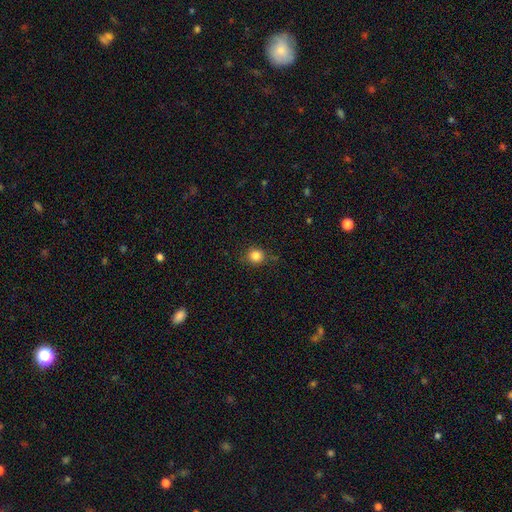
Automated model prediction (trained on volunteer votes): This appears to be a smooth galaxy with no disk features (84%) that is round (90%). Merging: none (85%).